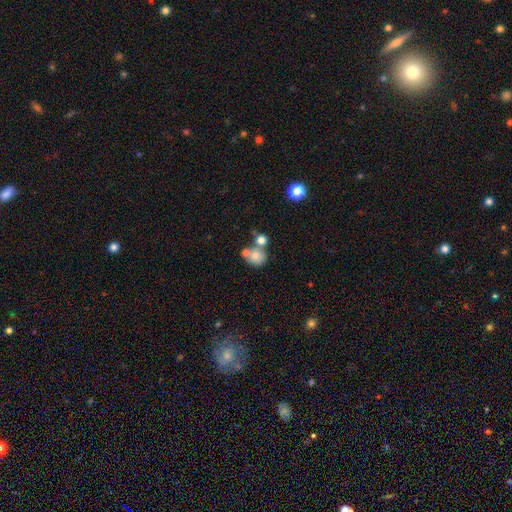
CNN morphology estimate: Overall: smooth (74%). How rounded: round (78%). Merging: none (43%; merger 40%).